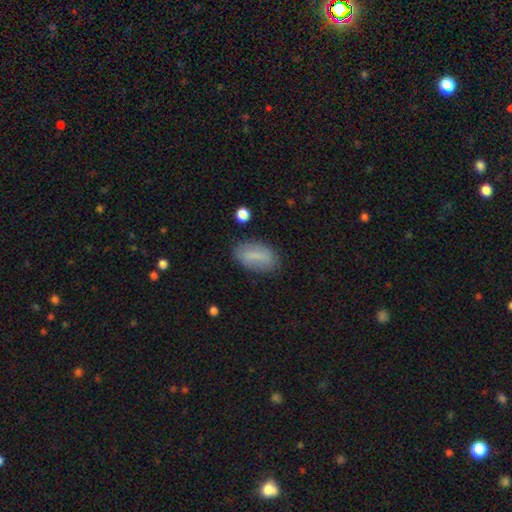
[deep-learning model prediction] smooth-or-featured: smooth: 76% | featured or disk: 17% | star or artifact: 8%
  how-rounded: in between: 90% | cigar-shaped: 5% | round: 5%
  merging: none: 78% | minor disturbance: 15% | major disturbance: 4% | merger: 2%